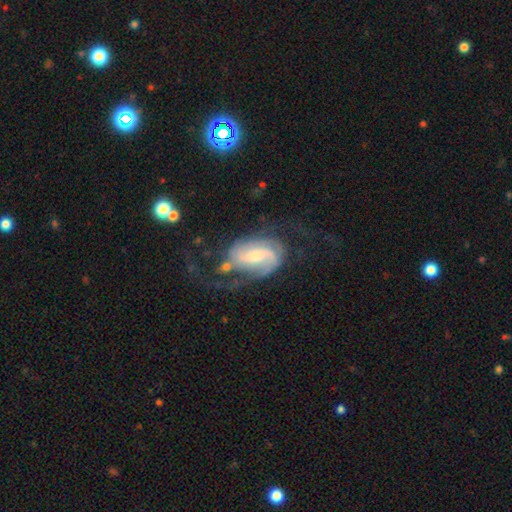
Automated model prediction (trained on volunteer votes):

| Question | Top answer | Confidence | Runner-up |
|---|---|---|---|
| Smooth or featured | featured or disk | 81% | smooth (13%) |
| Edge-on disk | no | 97% | yes (3%) |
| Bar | weak | 48% | no (36%) |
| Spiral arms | yes | 95% | no (5%) |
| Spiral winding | medium | 43% | tight (29%) |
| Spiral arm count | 2 | 65% | can't tell (15%) |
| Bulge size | moderate | 44% | small (42%) |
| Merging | none | 47% | major disturbance (29%) |